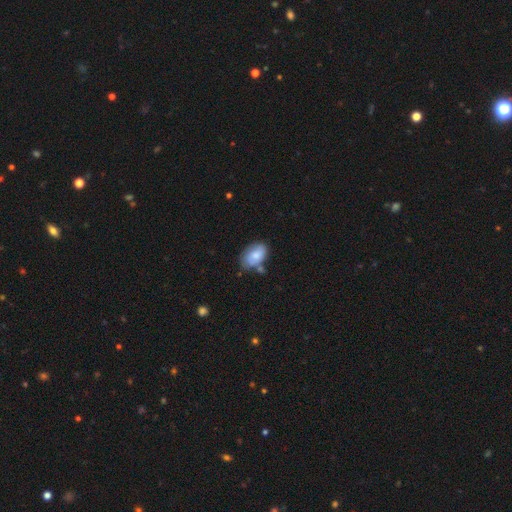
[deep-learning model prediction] A smooth galaxy with no disk features (72%) that is in between round and cigar-shaped (90%). Merging: none (53%).